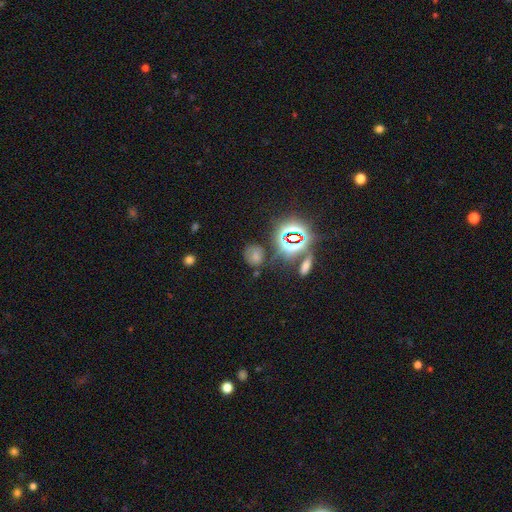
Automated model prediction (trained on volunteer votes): Smooth or featured? Predicted: smooth (p=0.55). How rounded? Predicted: round (p=0.65). Merging? Predicted: none (p=0.68).